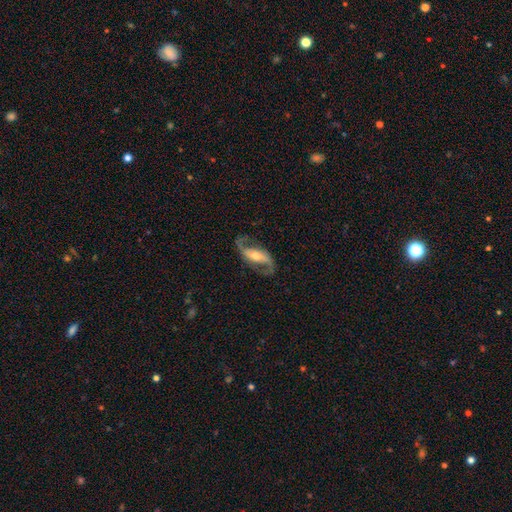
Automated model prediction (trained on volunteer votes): smooth-or-featured: featured or disk: 89% | smooth: 6% | star or artifact: 4%
  disk-edge-on: no: 95% | yes: 5%
    bar: strong: 41% | weak: 35% | no: 25%
    has-spiral-arms: yes: 96% | no: 4%
      spiral-winding: loose: 56% | medium: 35% | tight: 9%
      spiral-arm-count: 2: 93% | 1: 2% | can't tell: 2% | 3: 1% | 4: 1% | more than 4: 1%
    bulge-size: moderate: 63% | small: 28% | large: 7% | none: 2% | dominant: 1%
  merging: none: 80% | minor disturbance: 12% | major disturbance: 7% | merger: 1%